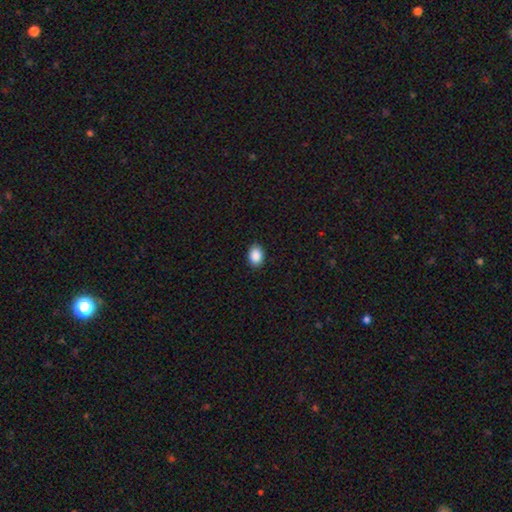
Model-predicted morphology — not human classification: type=smooth (89%); roundness=in between (72%); merging=none (88%).